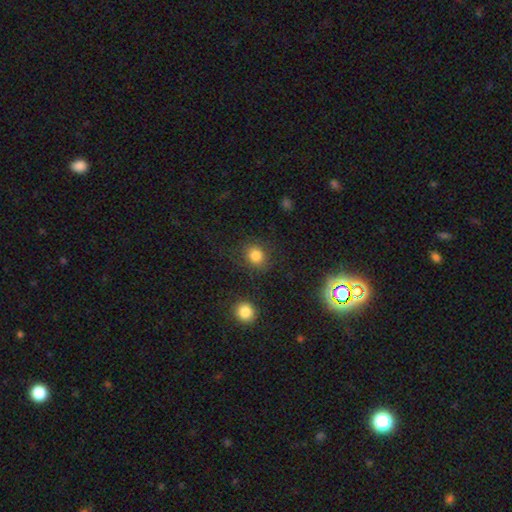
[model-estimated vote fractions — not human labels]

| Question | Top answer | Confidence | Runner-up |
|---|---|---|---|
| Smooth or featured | smooth | 82% | star or artifact (12%) |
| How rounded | round | 77% | in between (22%) |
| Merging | none | 80% | minor disturbance (12%) |